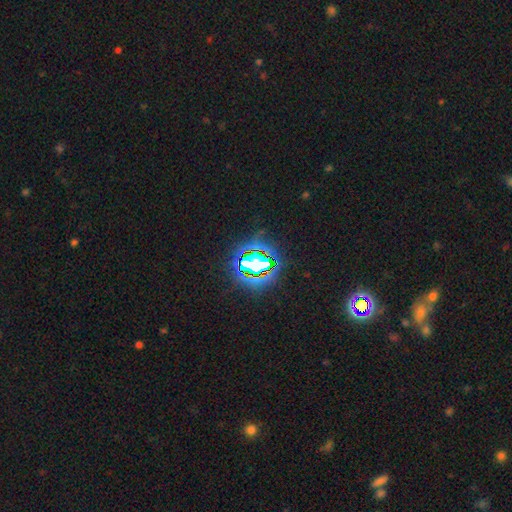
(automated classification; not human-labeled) Smooth or featured?
  - star or artifact: 82% *
  - smooth: 10%
  - featured or disk: 8%